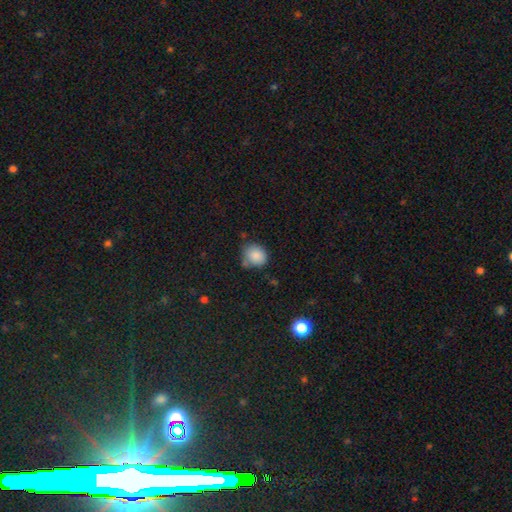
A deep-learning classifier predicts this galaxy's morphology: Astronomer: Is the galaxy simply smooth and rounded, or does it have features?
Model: smooth — 86%.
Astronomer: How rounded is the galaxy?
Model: round — 72%.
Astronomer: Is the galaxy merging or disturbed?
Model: none — 60%.